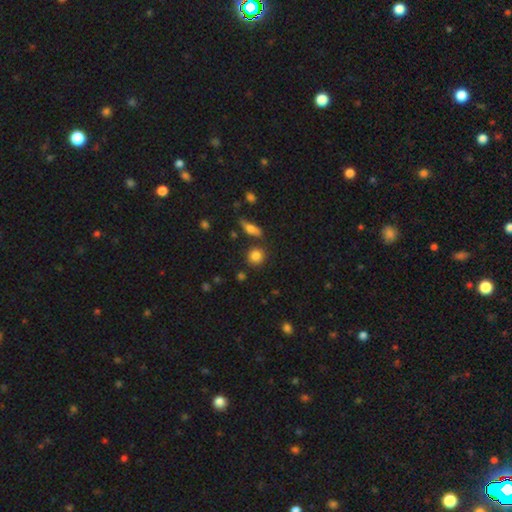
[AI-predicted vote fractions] A smooth galaxy with no disk features (83%) that is round (84%).

Vote fractions:
- Smooth or featured? smooth: 83% / star or artifact: 10% / featured or disk: 8%
- How rounded? round: 84% / in between: 14% / cigar-shaped: 2%
- Merging? none: 80% / minor disturbance: 10% / merger: 8% / major disturbance: 3%